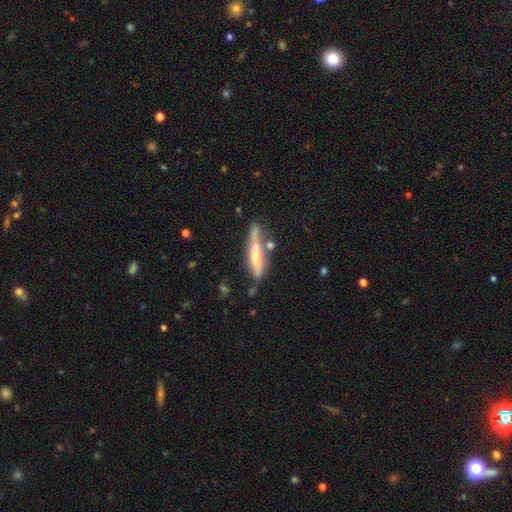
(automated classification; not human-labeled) smooth_or_featured: featured or disk (p=0.47) [alt: smooth p=0.46]
merging: none (p=0.46) [alt: minor disturbance p=0.23]